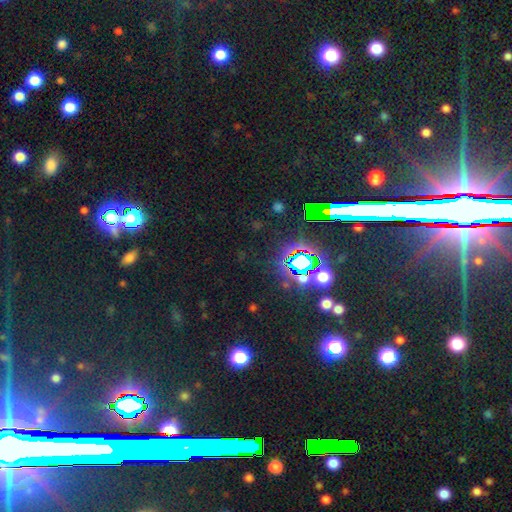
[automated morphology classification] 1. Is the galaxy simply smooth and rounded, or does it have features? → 80% star or artifact, 10% smooth, 9% featured or disk.